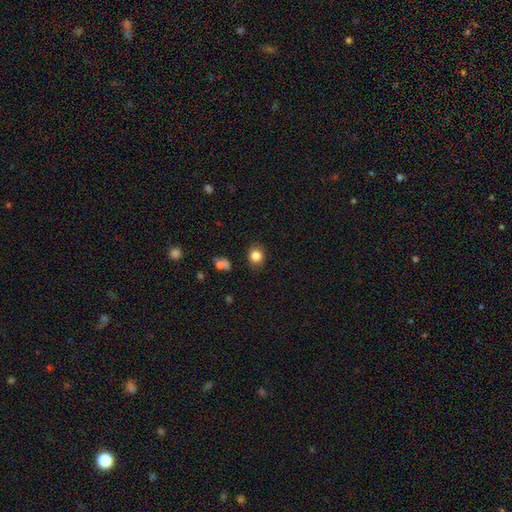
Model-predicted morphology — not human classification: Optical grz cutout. It shows a smooth galaxy with no disk features (83%) that is round (73%). Merging: none (84%).